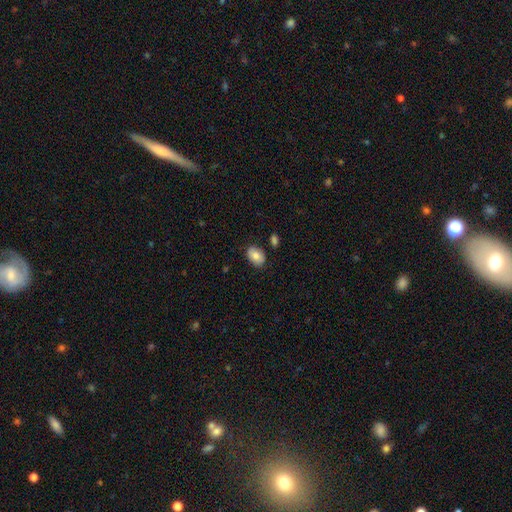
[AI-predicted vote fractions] Morphology: type=smooth (82%); roundness=in between (84%); merging=none (83%).